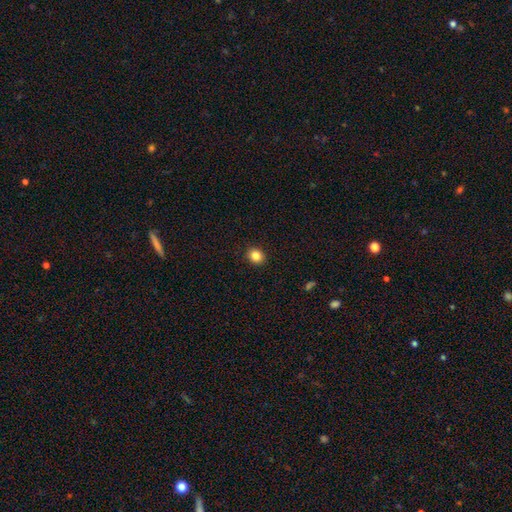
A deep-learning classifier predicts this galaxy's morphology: type=smooth (84%); roundness=round (69%); merging=none (91%).